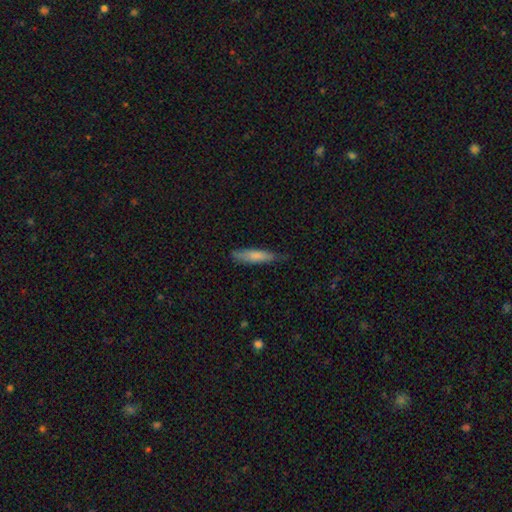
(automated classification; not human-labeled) Smooth or featured: smooth — 74% (featured or disk — 20%)
How rounded: cigar-shaped — 81% (in between — 17%)
Merging: none — 77% (minor disturbance — 19%)